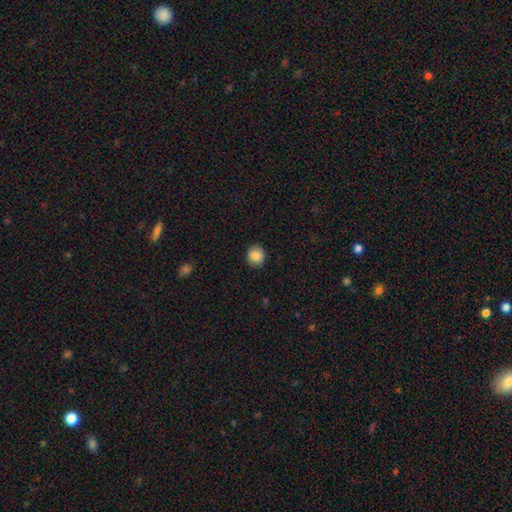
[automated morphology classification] This is clearly a smooth galaxy (86%). How rounded: clearly round (83%). Merging: clearly none (89%).